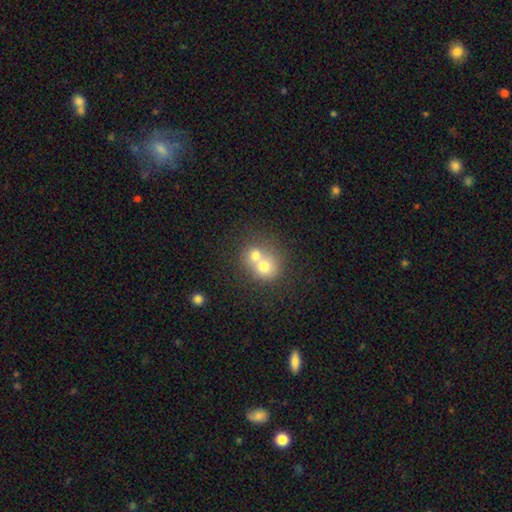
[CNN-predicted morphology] type=smooth (68%); roundness=round (76%); merging=merger (69%).